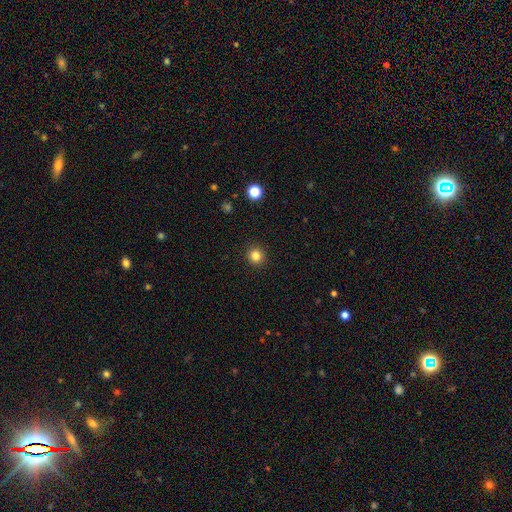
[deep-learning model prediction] Smooth or featured? smooth (83%)
How rounded? round (94%)
Merging? none (93%)